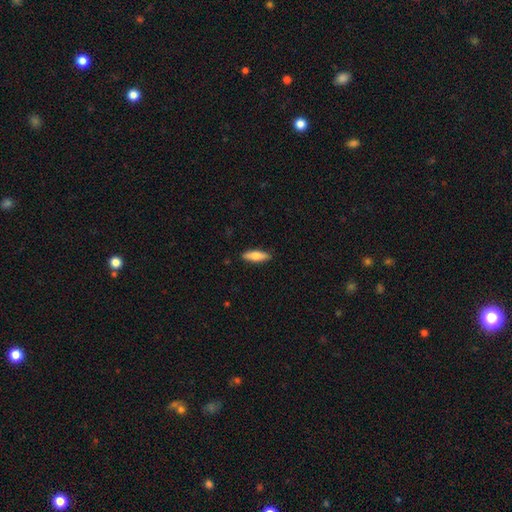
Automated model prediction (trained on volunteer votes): The model was most divided on "how rounded": in between: 49%, cigar-shaped: 48%, round: 2%. More confident: merging — none (89%); smooth or featured — smooth (69%).